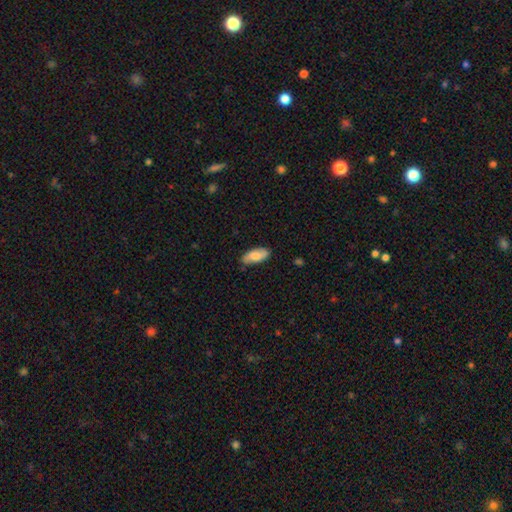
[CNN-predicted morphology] Smooth or featured?
  - smooth: 73% *
  - featured or disk: 21%
  - star or artifact: 6%
How rounded?
  - in between: 86% *
  - cigar-shaped: 12%
  - round: 2%
Merging?
  - none: 82% *
  - minor disturbance: 14%
  - major disturbance: 2%
  - merger: 1%